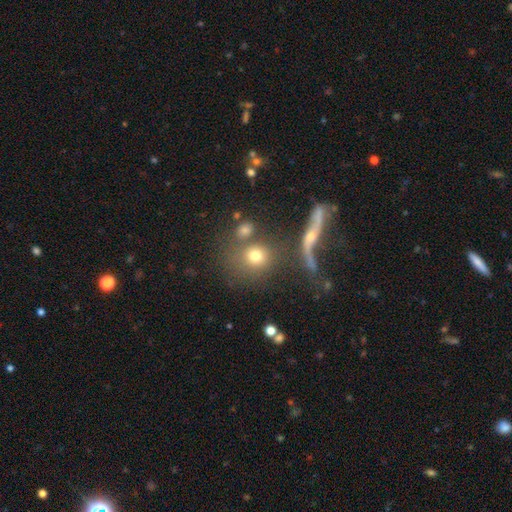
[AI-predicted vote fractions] Overall: smooth (71%). How rounded: round (80%). Merging: none (59%; merger 20%).